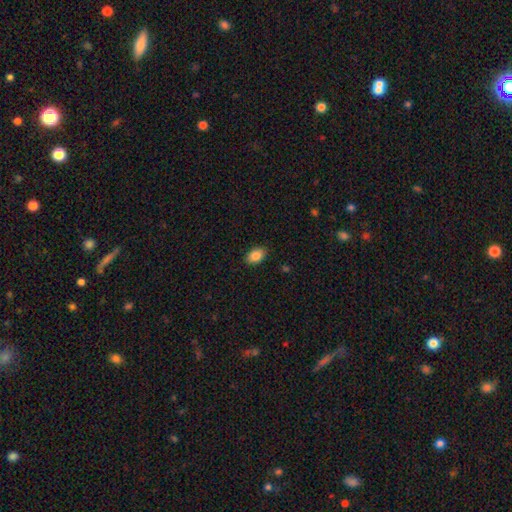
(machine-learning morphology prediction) type=smooth (86%); roundness=in between (86%); merging=none (88%).